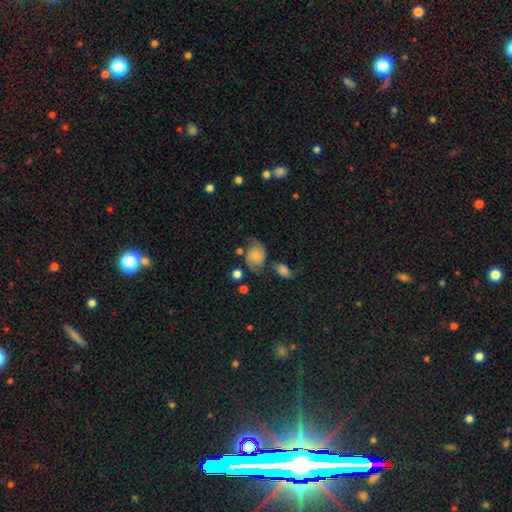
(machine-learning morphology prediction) This appears to be a featured or disk galaxy (57%) with no bar (77%), spiral arms (89%) and a small central bulge (51%). Merging: none (56%).